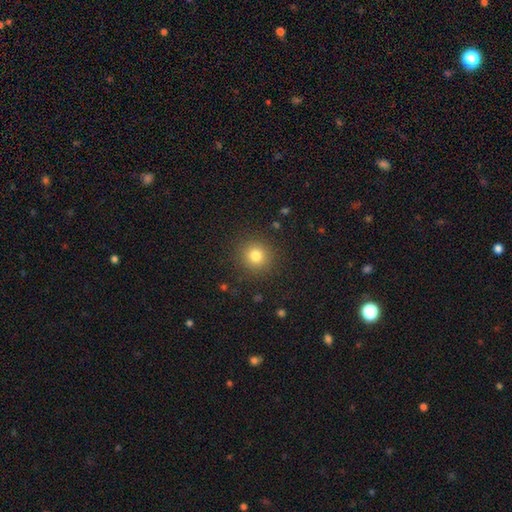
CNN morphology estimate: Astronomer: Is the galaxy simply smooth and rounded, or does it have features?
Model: smooth — 80%.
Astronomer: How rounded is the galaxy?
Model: round — 92%.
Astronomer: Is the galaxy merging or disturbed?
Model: none — 89%.